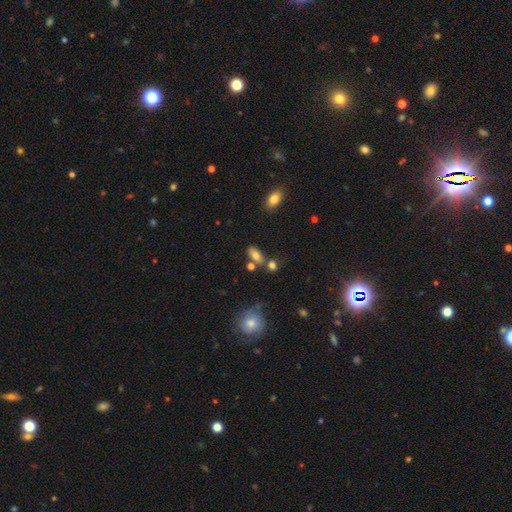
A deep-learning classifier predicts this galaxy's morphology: smooth_or_featured: smooth (p=0.74) [alt: featured or disk p=0.16]
how_rounded: in between (p=0.83) [alt: cigar-shaped p=0.09]
merging: none (p=0.59) [alt: merger p=0.22]